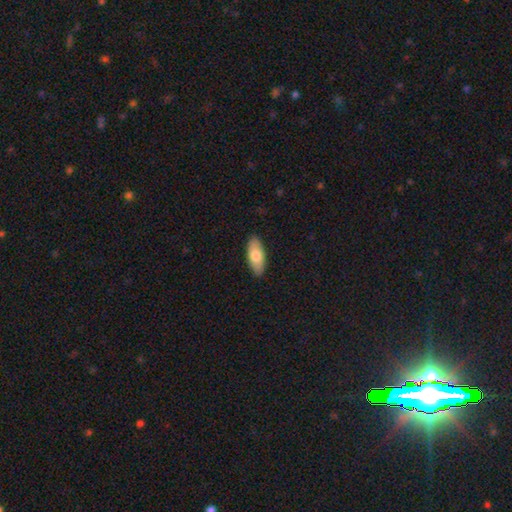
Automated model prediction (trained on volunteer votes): A smooth galaxy with no disk features (76%) that is in between round and cigar-shaped (82%).

Vote fractions:
- Smooth or featured? smooth: 76% / featured or disk: 19% / star or artifact: 6%
- How rounded? in between: 82% / cigar-shaped: 16% / round: 2%
- Merging? none: 89% / minor disturbance: 9% / major disturbance: 2% / merger: 1%